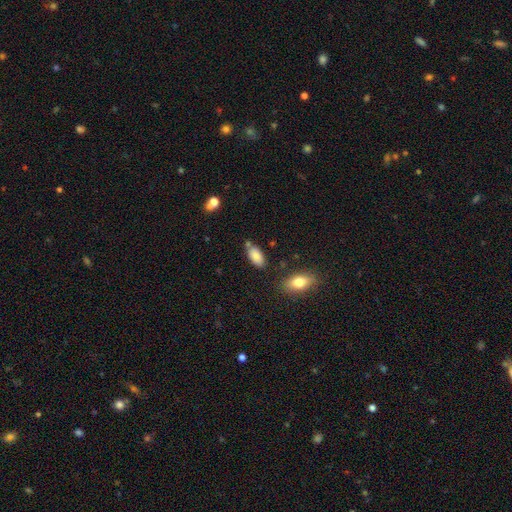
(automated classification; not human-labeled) Smooth or featured?
  - smooth: 84% *
  - featured or disk: 8%
  - star or artifact: 8%
How rounded?
  - in between: 92% *
  - cigar-shaped: 5%
  - round: 3%
Merging?
  - none: 71% *
  - minor disturbance: 16%
  - merger: 9%
  - major disturbance: 4%